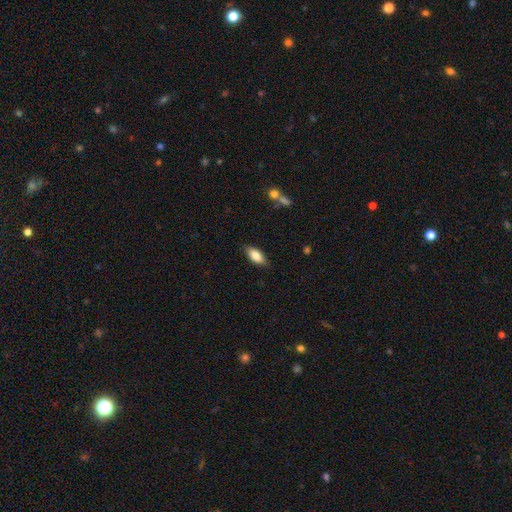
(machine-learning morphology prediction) A smooth galaxy with no disk features (83%) that is in between round and cigar-shaped (86%).

Vote fractions:
- Smooth or featured? smooth: 83% / featured or disk: 10% / star or artifact: 7%
- How rounded? in between: 86% / cigar-shaped: 11% / round: 2%
- Merging? none: 85% / minor disturbance: 12% / major disturbance: 2% / merger: 1%